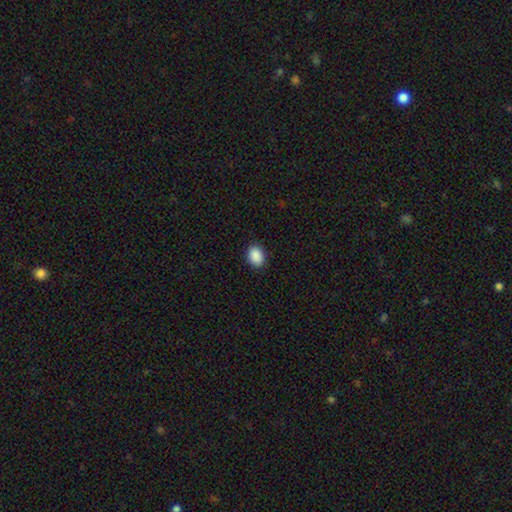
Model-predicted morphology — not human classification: smooth 90%, star or artifact 8%, featured or disk 2%. Down the decision tree: how rounded — in between (72%); merging — none (90%).